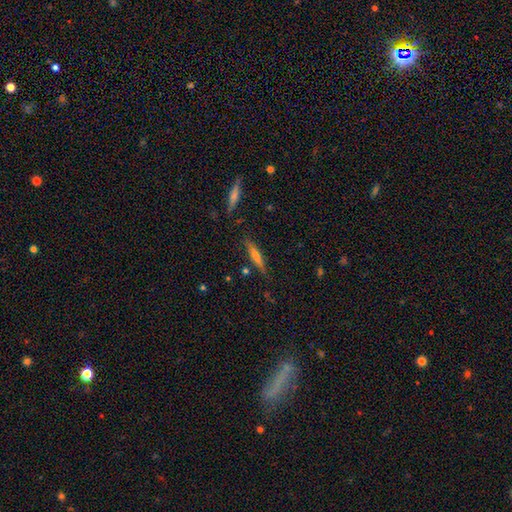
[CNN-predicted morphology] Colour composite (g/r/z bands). It shows a featured or disk galaxy (47%). Merging: none (81%).